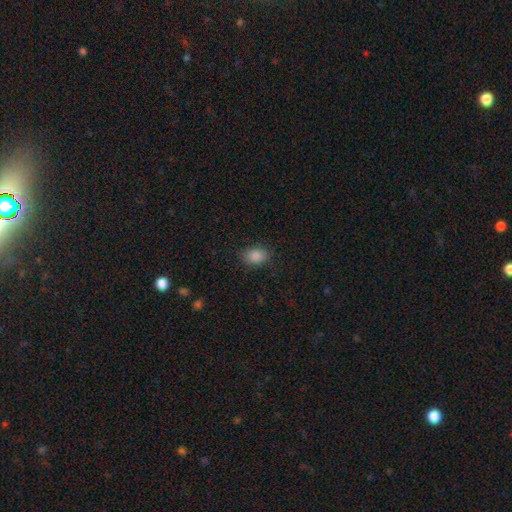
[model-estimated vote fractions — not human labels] A smooth galaxy with no disk features (86%) that is in between round and cigar-shaped (73%). Merging: none (84%).